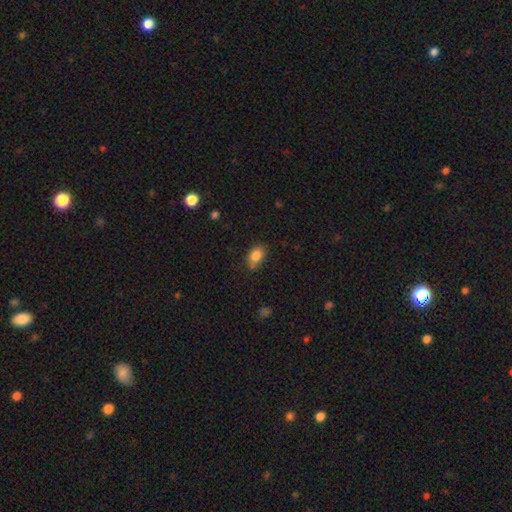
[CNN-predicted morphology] This appears to be a smooth galaxy with no disk features (84%) that is in between round and cigar-shaped (83%). Merging: none (68%).